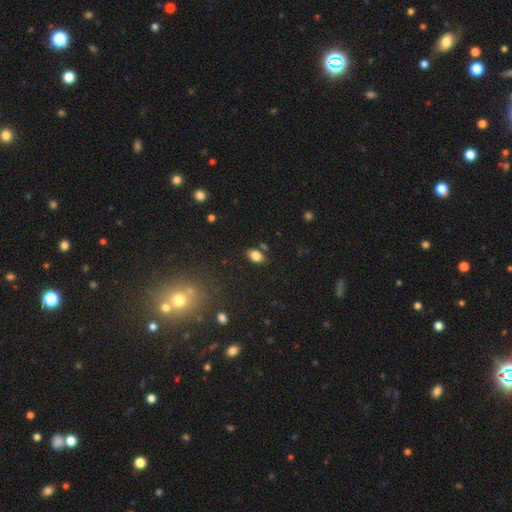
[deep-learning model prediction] smooth 83%, star or artifact 10%, featured or disk 6%. Down the decision tree: how rounded — in between (87%); merging — none (81%).